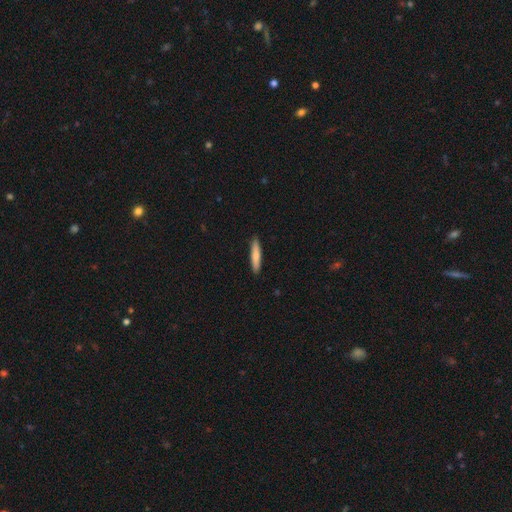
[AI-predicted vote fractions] smooth 79%, featured or disk 16%, star or artifact 5%. Down the decision tree: how rounded — cigar-shaped (89%); merging — none (91%).